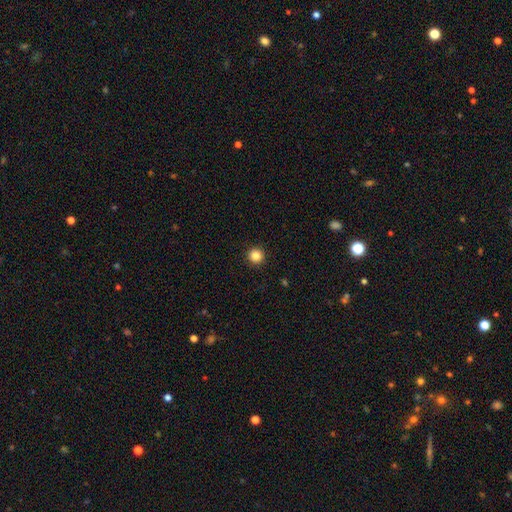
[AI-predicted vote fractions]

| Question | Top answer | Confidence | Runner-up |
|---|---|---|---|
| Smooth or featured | smooth | 85% | star or artifact (11%) |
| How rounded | round | 96% | in between (3%) |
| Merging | none | 93% | minor disturbance (4%) |